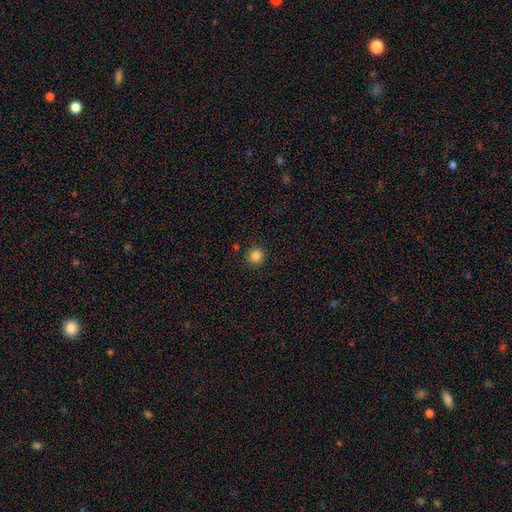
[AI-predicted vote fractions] smooth 85%, star or artifact 11%, featured or disk 4%. Down the decision tree: how rounded — round (94%); merging — none (91%).